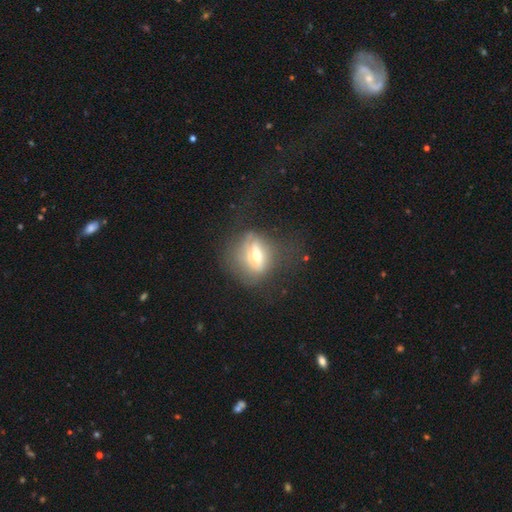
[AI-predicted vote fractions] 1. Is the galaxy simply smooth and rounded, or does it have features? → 48% featured or disk, 40% smooth, 12% star or artifact.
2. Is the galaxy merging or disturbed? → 52% none, 23% major disturbance, 22% minor disturbance, 3% merger.